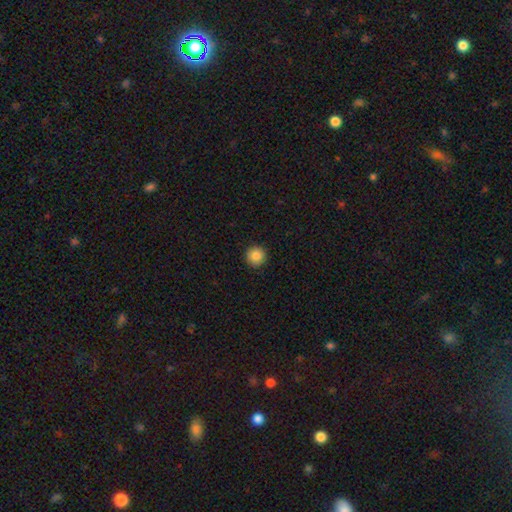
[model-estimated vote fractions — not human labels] Q: Smooth or featured?
A: smooth (86%); runner-up: star or artifact (9%)
Q: How rounded?
A: round (96%); runner-up: in between (3%)
Q: Merging?
A: none (93%); runner-up: minor disturbance (5%)